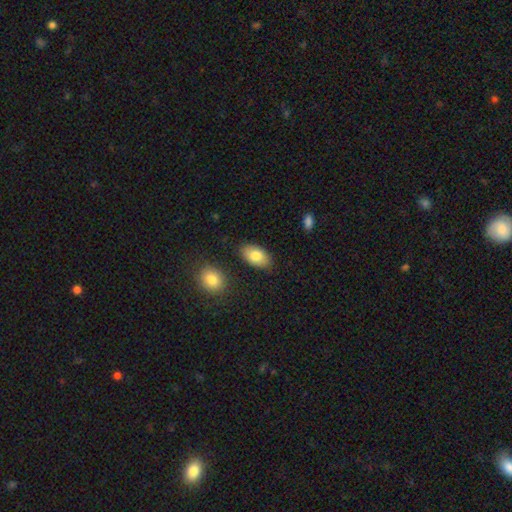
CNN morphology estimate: This appears to be a smooth galaxy with no disk features (79%) that is in between round and cigar-shaped (93%). Merging: none (85%).